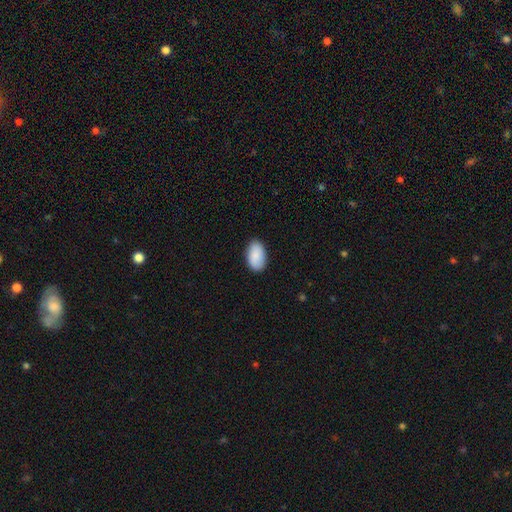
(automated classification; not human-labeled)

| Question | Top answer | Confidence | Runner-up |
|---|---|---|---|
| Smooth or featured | smooth | 89% | star or artifact (6%) |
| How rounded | in between | 94% | round (4%) |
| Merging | none | 87% | minor disturbance (10%) |